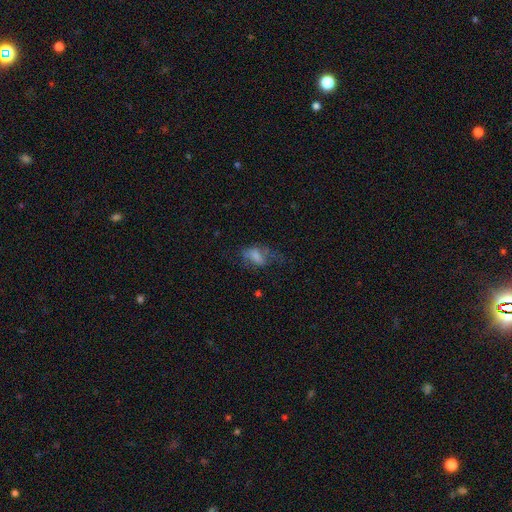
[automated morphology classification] Smooth or featured? Predicted: smooth (p=0.52). How rounded? Predicted: in between (p=0.82). Merging? Predicted: none (p=0.39).